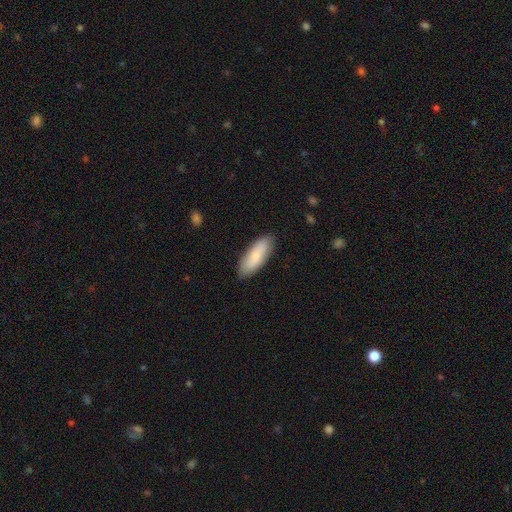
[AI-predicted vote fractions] A smooth galaxy with no disk features (80%) that is in between round and cigar-shaped (71%). Merging: none (86%).